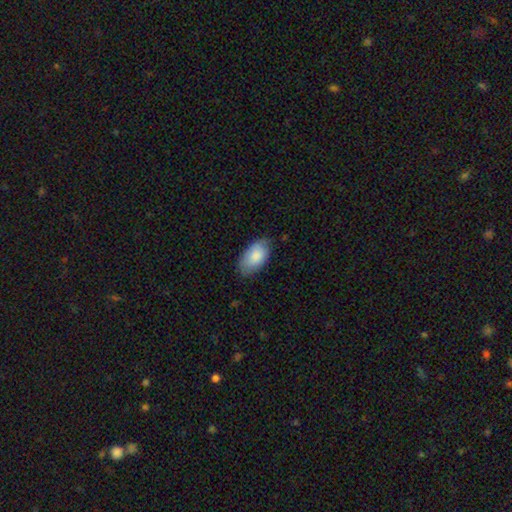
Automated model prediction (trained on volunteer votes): This appears to be a smooth galaxy with no disk features (84%) that is in between round and cigar-shaped (95%). Merging: none (77%).